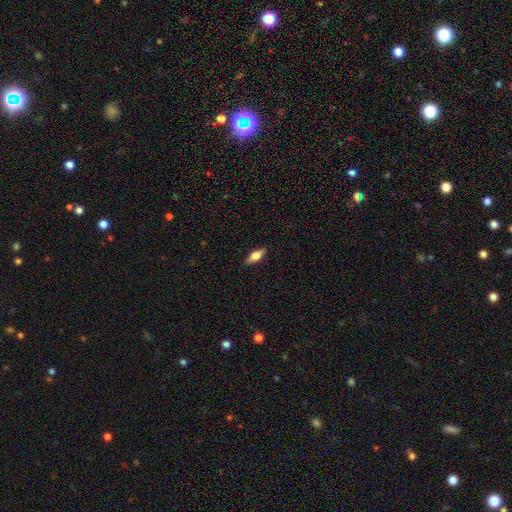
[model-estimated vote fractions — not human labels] Q: Smooth or featured?
A: smooth (57%); runner-up: featured or disk (36%)
Q: How rounded?
A: in between (68%); runner-up: cigar-shaped (28%)
Q: Merging?
A: none (88%); runner-up: minor disturbance (9%)